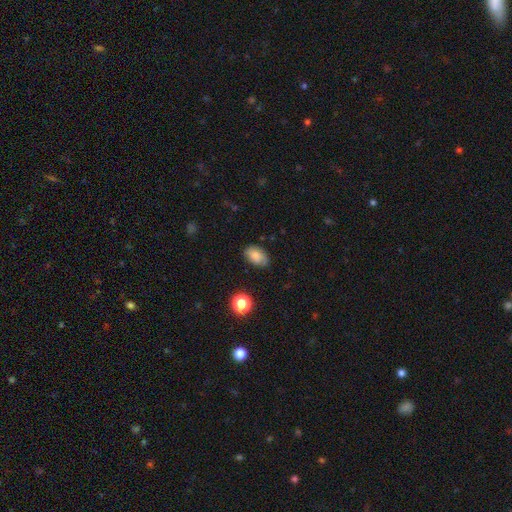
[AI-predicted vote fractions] This is likely a smooth galaxy (73%). How rounded: clearly in between (87%). Merging: likely none (70%).